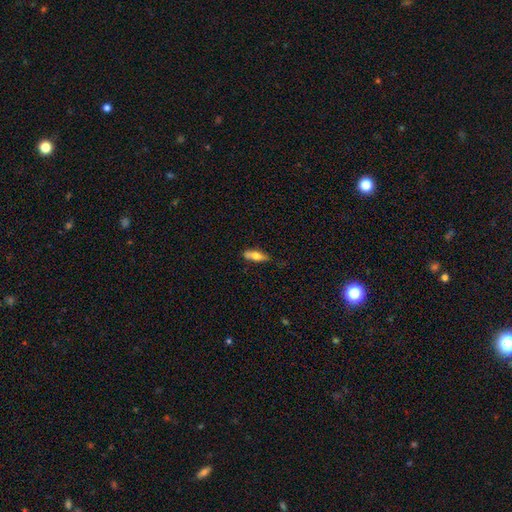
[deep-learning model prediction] The model was most divided on "how rounded": in between: 55%, cigar-shaped: 42%, round: 3%. More confident: smooth or featured — smooth (68%); merging — none (65%).